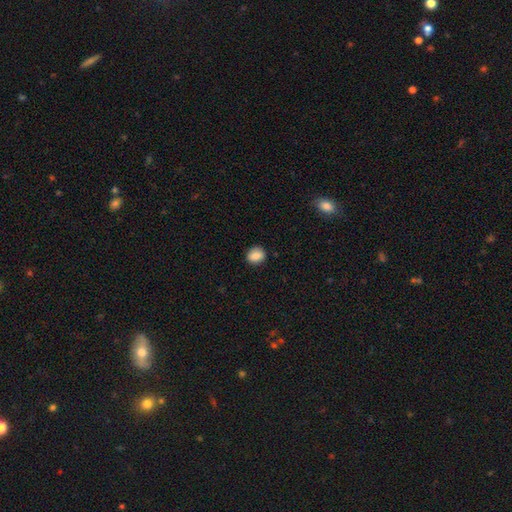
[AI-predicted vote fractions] A smooth galaxy with no disk features (84%) that is round (72%).

Vote fractions:
- Smooth or featured? smooth: 84% / star or artifact: 9% / featured or disk: 7%
- How rounded? round: 72% / in between: 27% / cigar-shaped: 1%
- Merging? none: 88% / minor disturbance: 9% / major disturbance: 2% / merger: 1%